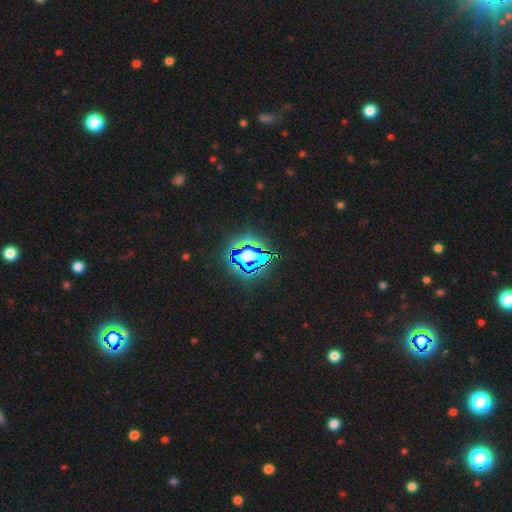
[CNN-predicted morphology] Overall: star or artifact (64%).